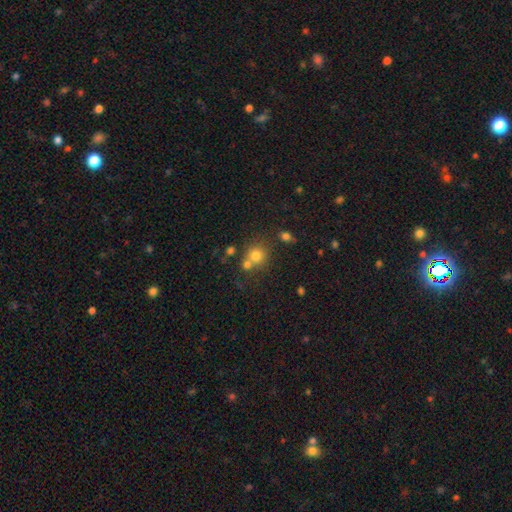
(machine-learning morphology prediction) Smooth or featured? Predicted: smooth (p=0.75). How rounded? Predicted: round (p=0.88). Merging? Predicted: none (p=0.57).